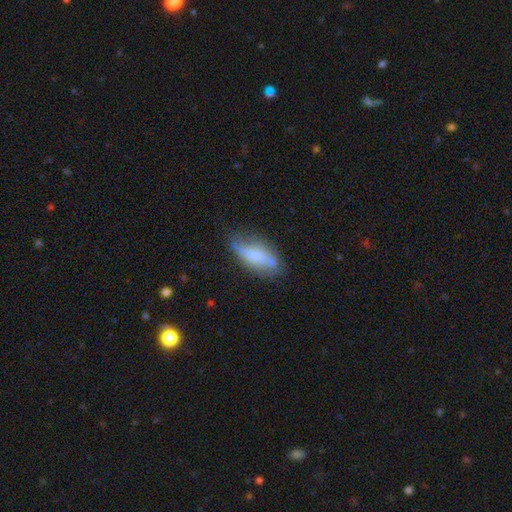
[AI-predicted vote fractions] This appears to be a smooth galaxy with no disk features (57%) that is in between round and cigar-shaped (73%). Merging: none (54%).